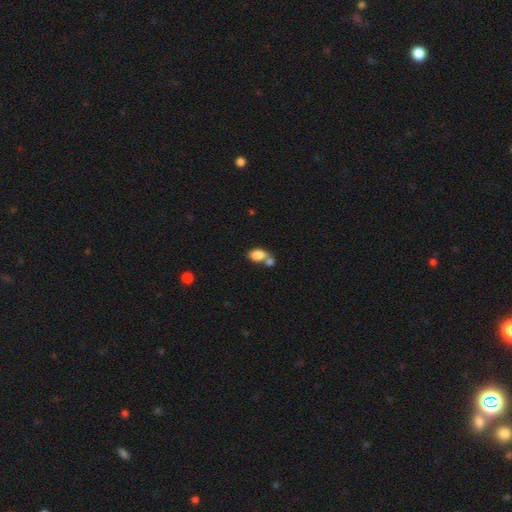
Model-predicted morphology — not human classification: This is clearly a smooth galaxy (84%). How rounded: clearly in between (88%). Merging: possibly merger (48%).